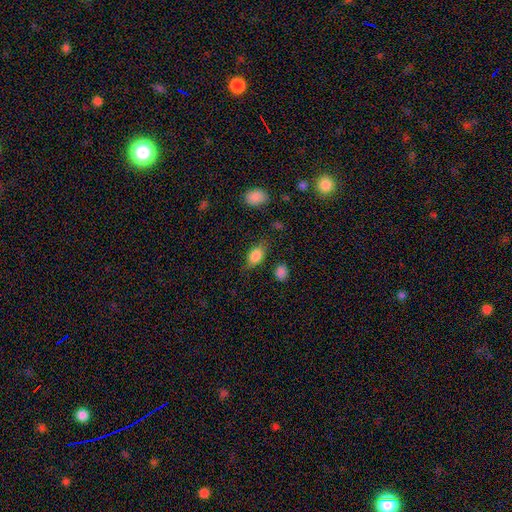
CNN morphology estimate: Q: Smooth or featured?
A: smooth (81%); runner-up: featured or disk (11%)
Q: How rounded?
A: in between (83%); runner-up: round (12%)
Q: Merging?
A: none (74%); runner-up: minor disturbance (19%)